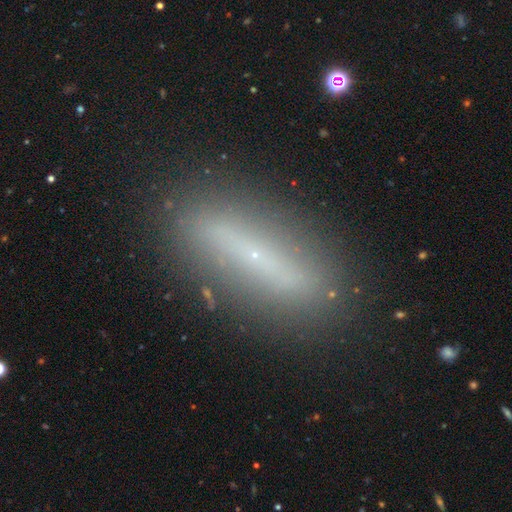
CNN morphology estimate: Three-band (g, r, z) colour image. It shows a featured or disk galaxy (54%) viewed edge-on (67%). Merging: none (84%).